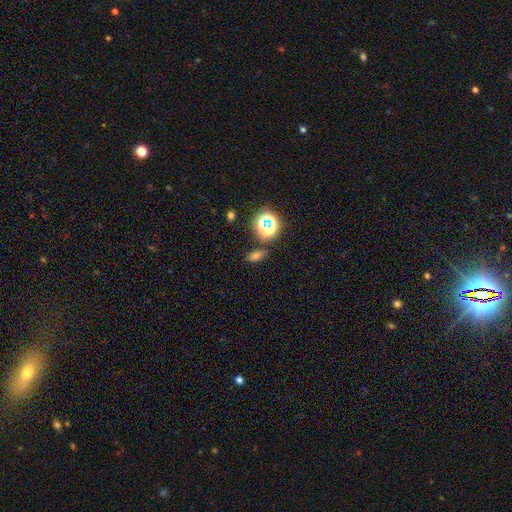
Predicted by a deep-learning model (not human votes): Overall: smooth (61%; star or artifact 28%). How rounded: in between (73%). Merging: none (77%).